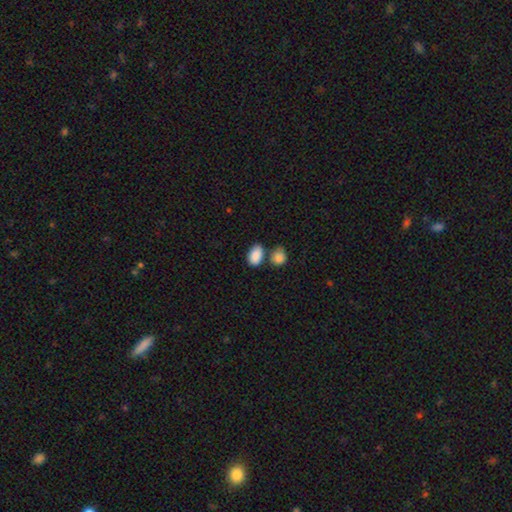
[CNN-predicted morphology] smooth-or-featured: smooth: 88% | star or artifact: 8% | featured or disk: 5%
  how-rounded: in between: 89% | round: 10% | cigar-shaped: 1%
  merging: none: 54% | merger: 27% | minor disturbance: 15% | major disturbance: 5%